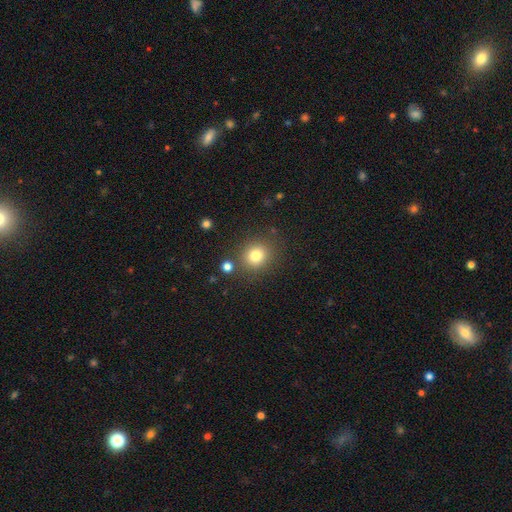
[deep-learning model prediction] Smooth or featured: smooth — 79% (star or artifact — 13%)
How rounded: round — 82% (in between — 17%)
Merging: none — 82% (minor disturbance — 9%)